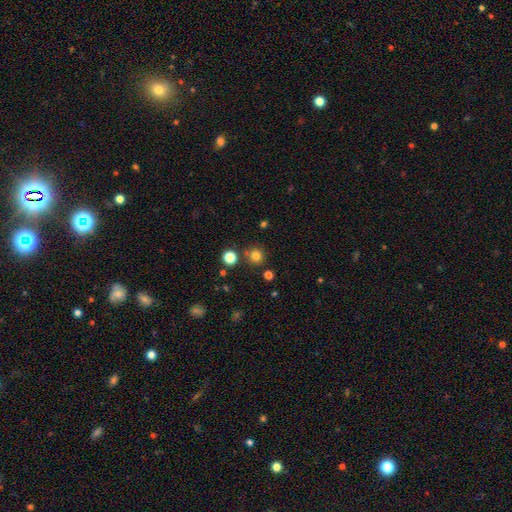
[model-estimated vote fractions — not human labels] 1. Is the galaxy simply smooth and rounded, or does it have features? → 79% smooth, 16% star or artifact, 5% featured or disk.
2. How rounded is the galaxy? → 92% round, 7% in between, 1% cigar-shaped.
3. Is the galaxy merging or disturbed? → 83% none, 8% minor disturbance, 7% merger, 3% major disturbance.